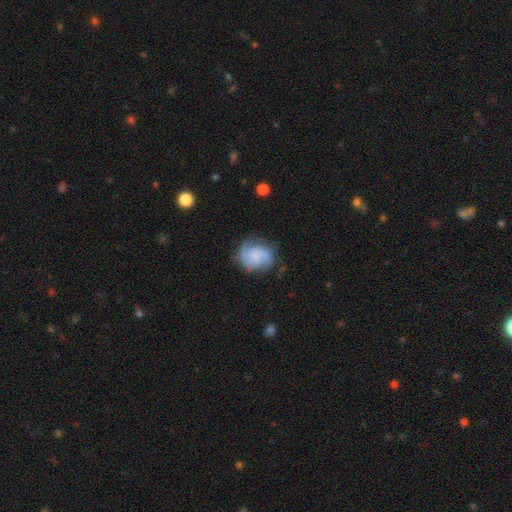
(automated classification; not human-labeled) Smooth or featured? featured or disk (58%)
Edge-on disk? no (98%)
Bar? no (71%)
Spiral arms? yes (90%)
Spiral winding? medium (43%)
Spiral arm count? 2 (49%)
Bulge size? none (45%)
Merging? none (62%)